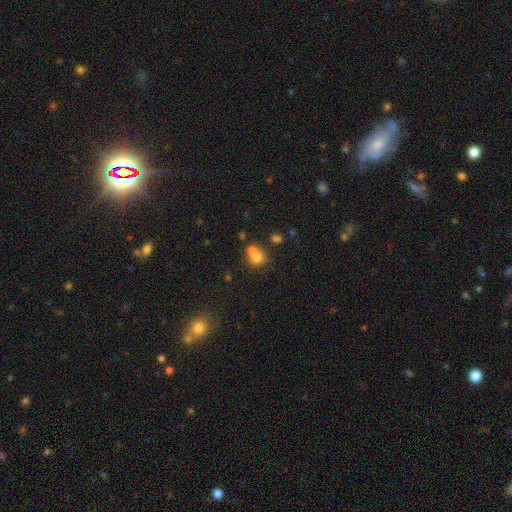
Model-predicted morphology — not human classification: Smooth or featured?
  - smooth: 72% *
  - featured or disk: 16%
  - star or artifact: 13%
How rounded?
  - round: 73% *
  - in between: 26%
  - cigar-shaped: 1%
Merging?
  - merger: 53% *
  - none: 34%
  - minor disturbance: 9%
  - major disturbance: 4%